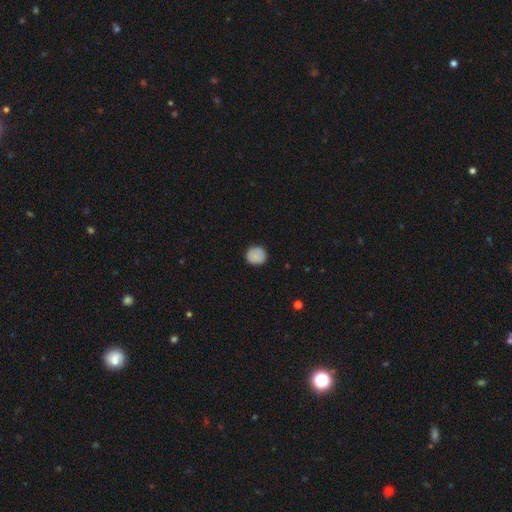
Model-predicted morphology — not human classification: smooth 86%, star or artifact 8%, featured or disk 6%. Down the decision tree: how rounded — round (89%); merging — none (88%).